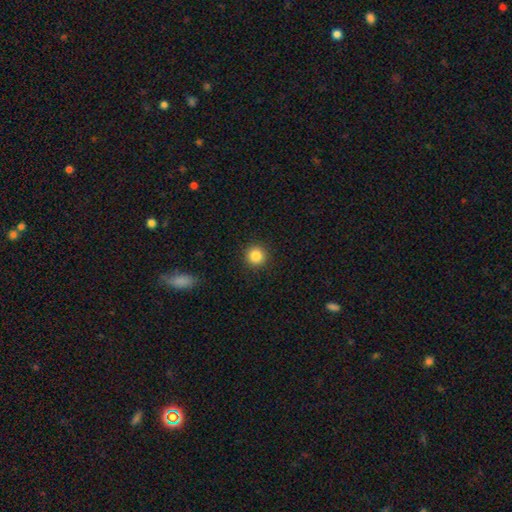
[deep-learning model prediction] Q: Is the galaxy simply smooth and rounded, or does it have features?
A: smooth — 86%.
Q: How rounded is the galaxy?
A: round — 94%.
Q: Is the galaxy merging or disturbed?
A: none — 91%.